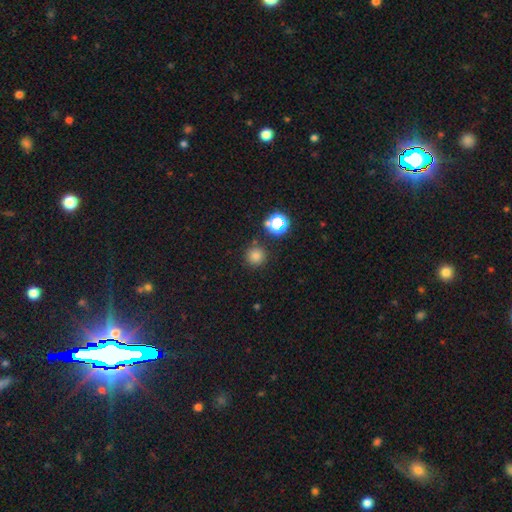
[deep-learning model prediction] This is likely a smooth galaxy (76%). How rounded: clearly round (95%). Merging: clearly none (85%).